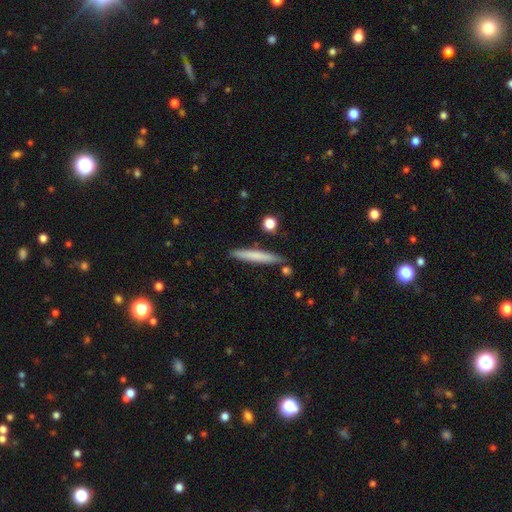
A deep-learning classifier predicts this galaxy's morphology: A smooth galaxy with no disk features (70%) that is cigar-shaped (95%). Merging: none (87%).